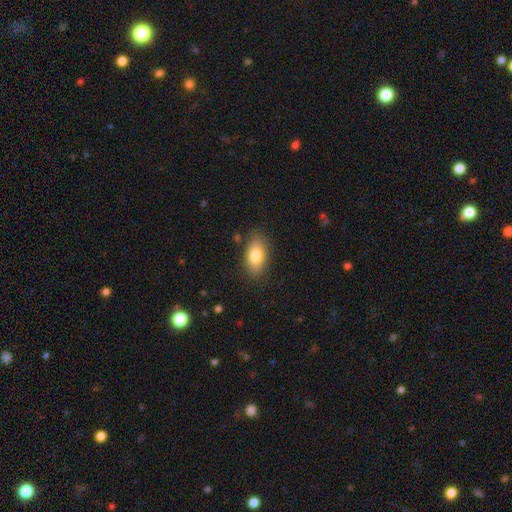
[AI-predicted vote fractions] smooth_or_featured: smooth (p=0.80) [alt: featured or disk p=0.13]
how_rounded: in between (p=0.91) [alt: round p=0.06]
merging: none (p=0.82) [alt: minor disturbance p=0.13]